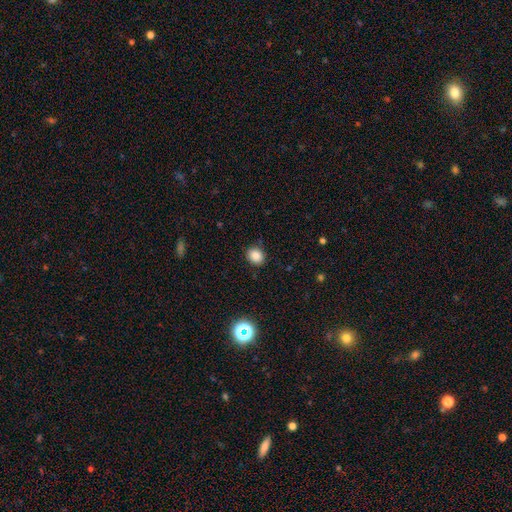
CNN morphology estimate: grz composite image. It shows a smooth galaxy with no disk features (84%) that is round (62%). Merging: none (85%).